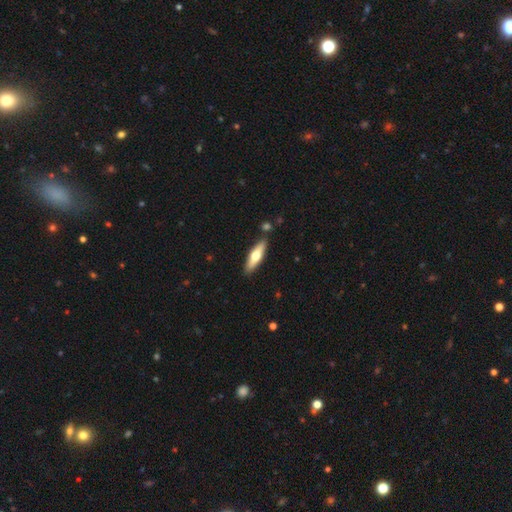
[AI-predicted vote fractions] Smooth or featured? smooth (53%)
How rounded? cigar-shaped (65%)
Merging? none (86%)